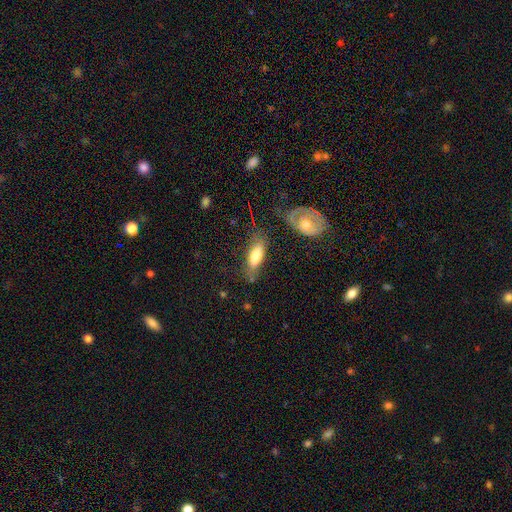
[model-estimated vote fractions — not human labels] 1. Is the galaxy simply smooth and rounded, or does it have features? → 69% smooth, 24% featured or disk, 7% star or artifact.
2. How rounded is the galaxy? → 73% in between, 24% cigar-shaped, 3% round.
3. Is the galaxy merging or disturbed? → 62% none, 22% minor disturbance, 9% major disturbance, 7% merger.